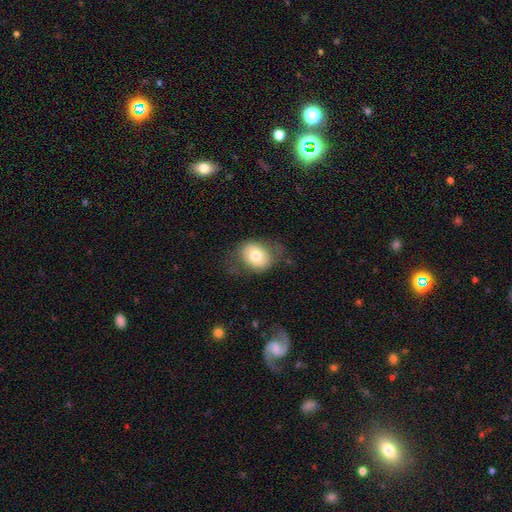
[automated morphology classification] Q: Smooth or featured?
A: smooth (67%); runner-up: featured or disk (25%)
Q: How rounded?
A: in between (56%); runner-up: round (43%)
Q: Merging?
A: none (62%); runner-up: minor disturbance (23%)